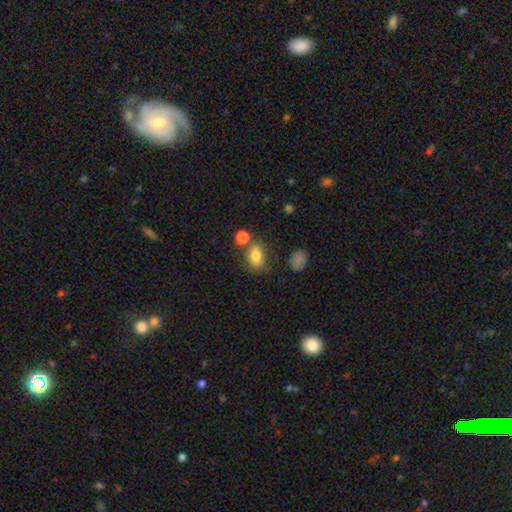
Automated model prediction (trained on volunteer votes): This appears to be a smooth galaxy with no disk features (80%) that is in between round and cigar-shaped (75%). Merging: none (59%).